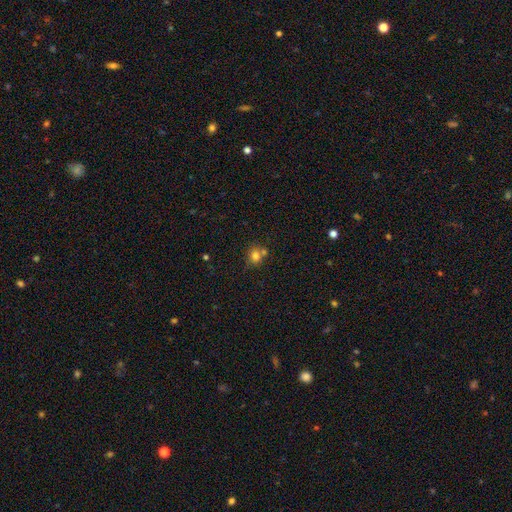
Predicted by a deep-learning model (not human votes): smooth 77%, star or artifact 13%, featured or disk 10%. Down the decision tree: how rounded — round (80%); merging — none (52%).